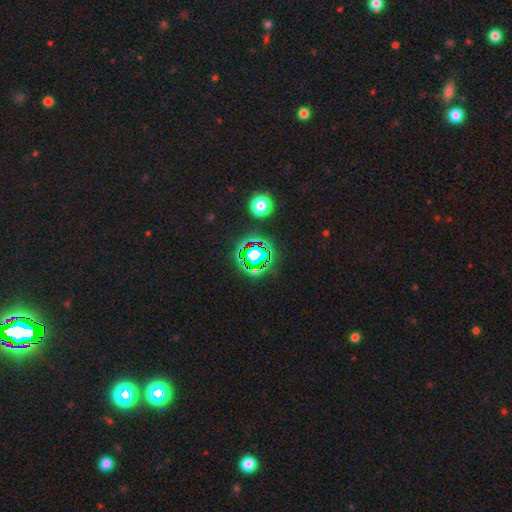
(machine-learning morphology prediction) star or artifact 72%, smooth 17%, featured or disk 11%.